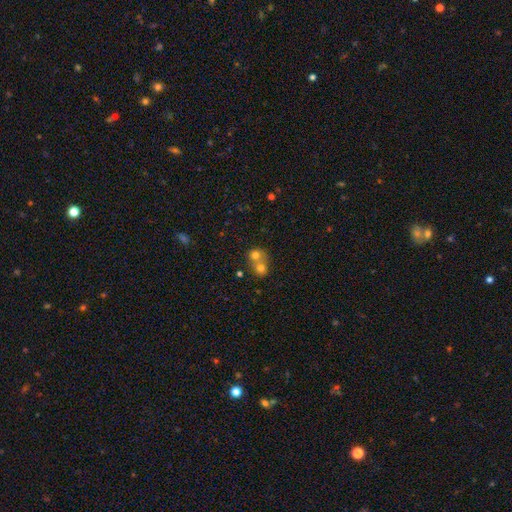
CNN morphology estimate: smooth 71%, featured or disk 16%, star or artifact 13%. Down the decision tree: how rounded — round (79%); merging — merger (65%).